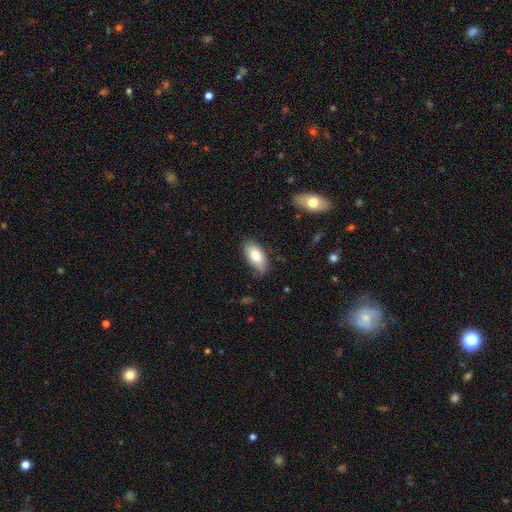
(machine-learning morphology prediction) Smooth or featured? smooth (84%)
How rounded? in between (92%)
Merging? none (76%)